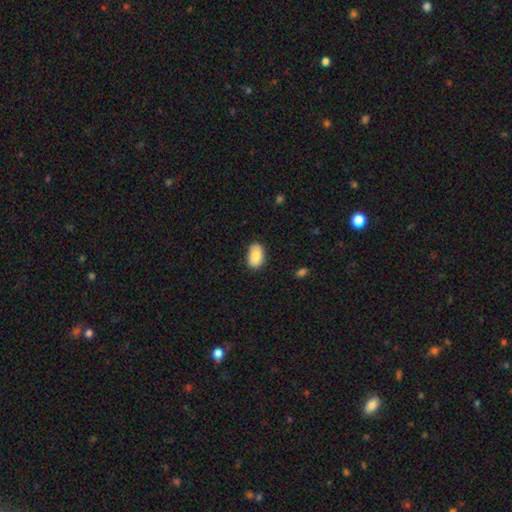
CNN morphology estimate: This is clearly a smooth galaxy (83%). How rounded: clearly in between (89%). Merging: clearly none (83%).